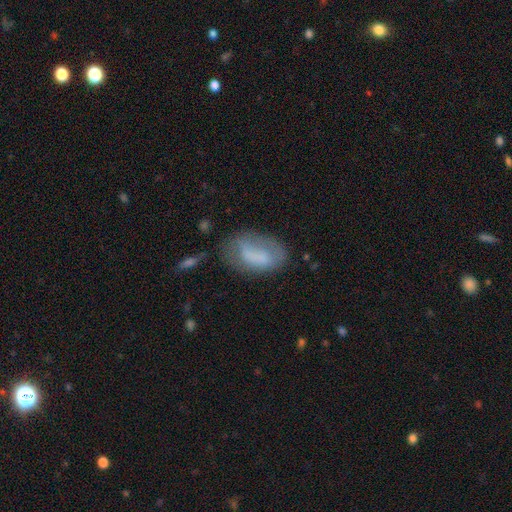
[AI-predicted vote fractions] Smooth or featured: smooth — 64% (featured or disk — 27%)
How rounded: in between — 91% (round — 5%)
Merging: none — 48% (minor disturbance — 30%)